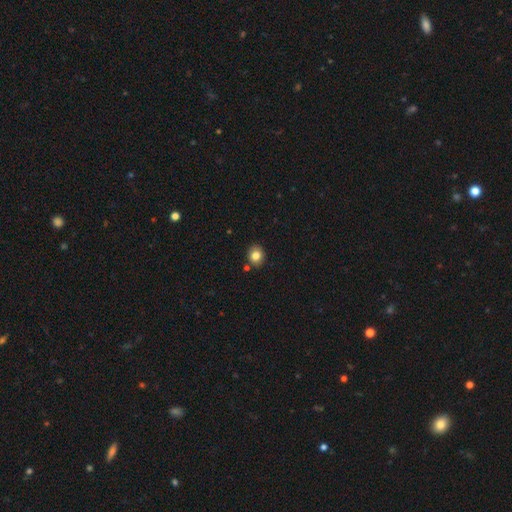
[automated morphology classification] Q: Smooth or featured?
A: smooth (82%); runner-up: star or artifact (11%)
Q: How rounded?
A: round (73%); runner-up: in between (26%)
Q: Merging?
A: none (84%); runner-up: minor disturbance (9%)